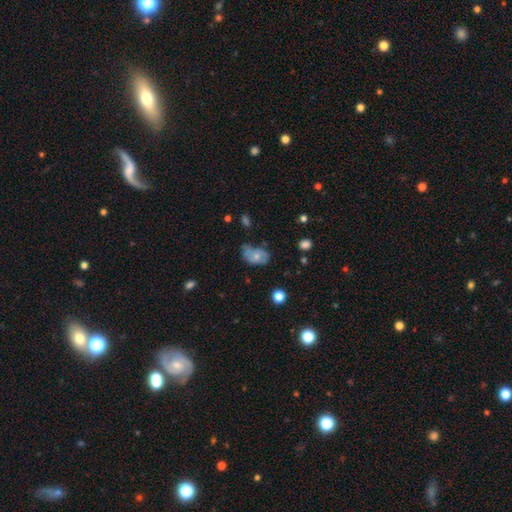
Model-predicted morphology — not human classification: Smooth or featured? smooth (56%)
How rounded? in between (85%)
Merging? minor disturbance (39%)